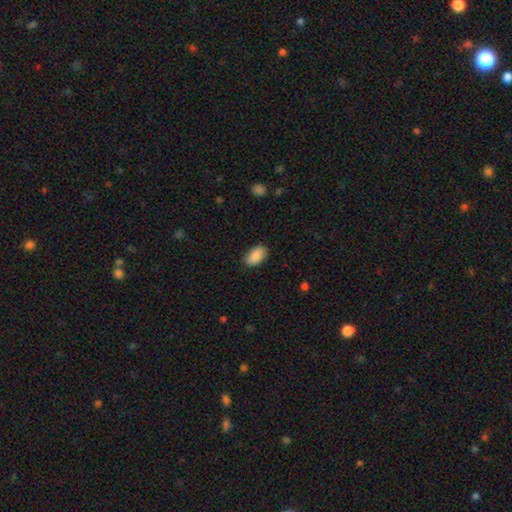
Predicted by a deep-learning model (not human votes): Overall: smooth (89%). How rounded: in between (94%). Merging: none (85%).